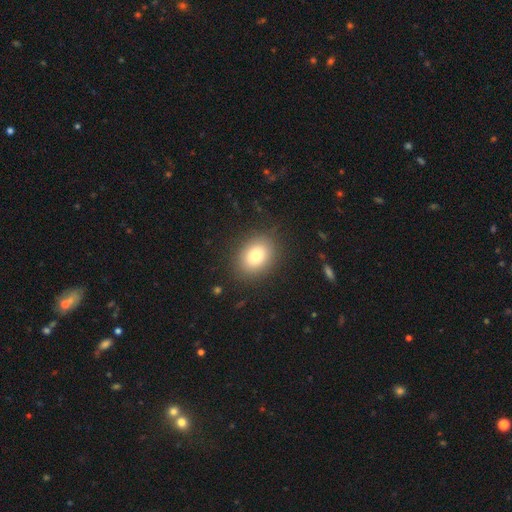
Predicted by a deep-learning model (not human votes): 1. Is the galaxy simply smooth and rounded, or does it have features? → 80% smooth, 10% featured or disk, 9% star or artifact.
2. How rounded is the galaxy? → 67% in between, 32% round, 1% cigar-shaped.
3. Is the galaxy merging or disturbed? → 86% none, 9% minor disturbance, 3% major disturbance, 1% merger.